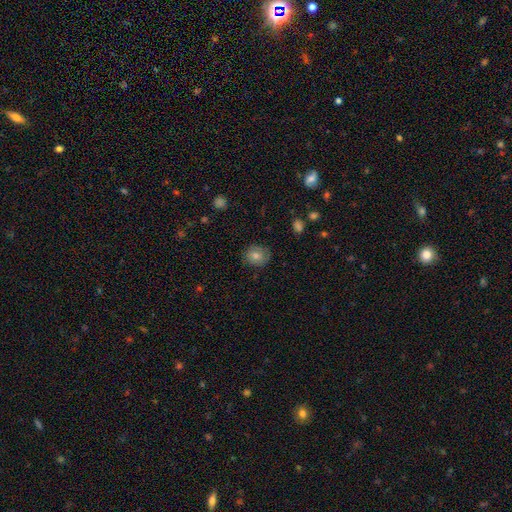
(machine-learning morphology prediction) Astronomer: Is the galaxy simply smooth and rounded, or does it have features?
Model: smooth — 72%.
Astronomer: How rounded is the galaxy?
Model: round — 69%.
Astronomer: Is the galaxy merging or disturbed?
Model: none — 83%.